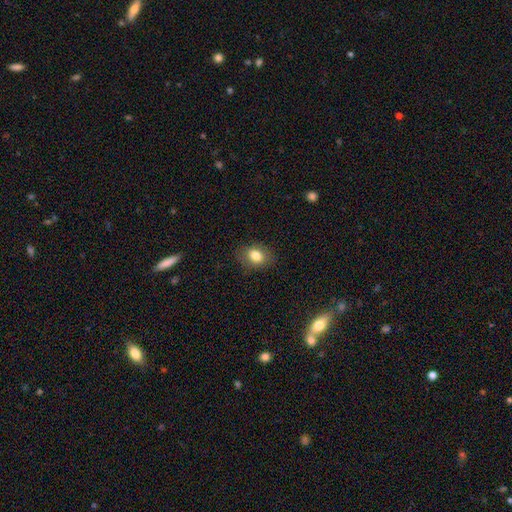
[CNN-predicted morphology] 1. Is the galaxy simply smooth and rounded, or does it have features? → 81% smooth, 10% featured or disk, 9% star or artifact.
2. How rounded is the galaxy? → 71% in between, 27% round, 1% cigar-shaped.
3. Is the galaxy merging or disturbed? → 82% none, 13% minor disturbance, 4% major disturbance, 1% merger.